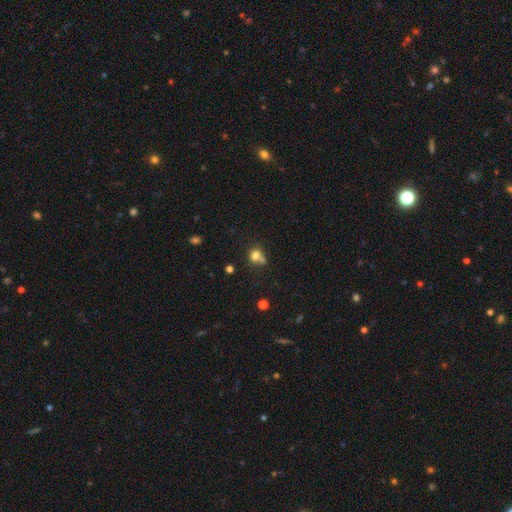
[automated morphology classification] smooth_or_featured: smooth (p=0.77) [alt: star or artifact p=0.13]
how_rounded: round (p=0.69) [alt: in between p=0.30]
merging: none (p=0.43) [alt: merger p=0.33]